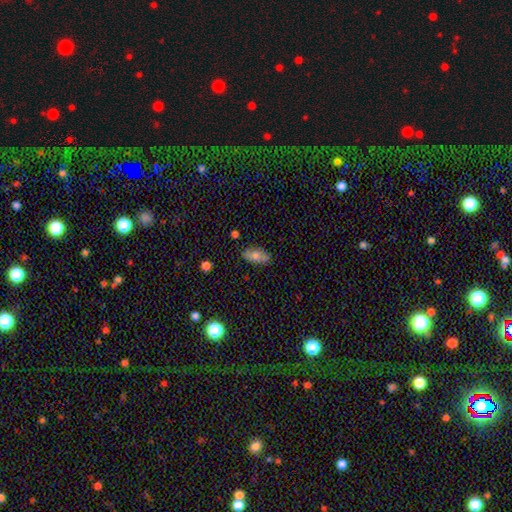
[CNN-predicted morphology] This is likely a smooth galaxy (72%). How rounded: clearly in between (88%). Merging: clearly none (83%).